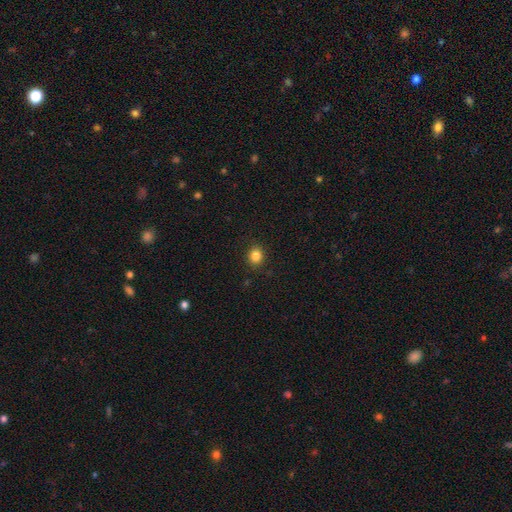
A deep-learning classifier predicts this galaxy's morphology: Smooth or featured?
  - smooth: 85% *
  - star or artifact: 11%
  - featured or disk: 4%
How rounded?
  - round: 75% *
  - in between: 24%
  - cigar-shaped: 1%
Merging?
  - none: 90% *
  - minor disturbance: 7%
  - major disturbance: 2%
  - merger: 1%